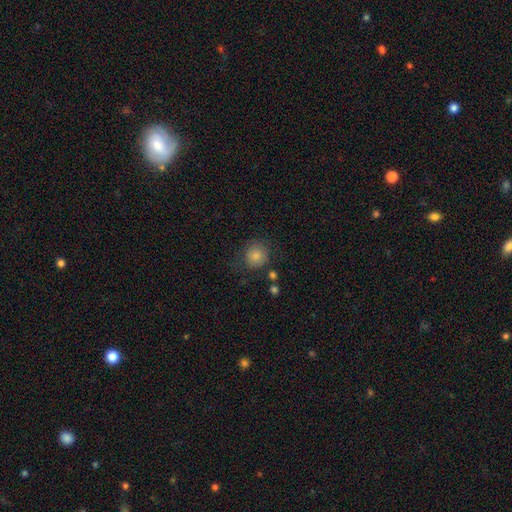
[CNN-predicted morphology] type=smooth (76%); roundness=round (88%); merging=none (78%).